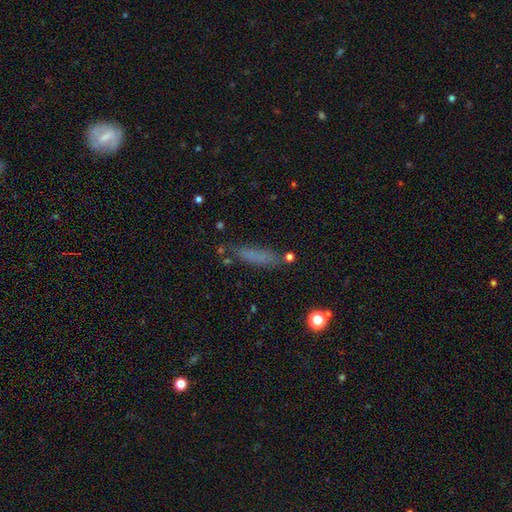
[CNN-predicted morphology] type=smooth (68%); roundness=cigar-shaped (75%); merging=none (71%).